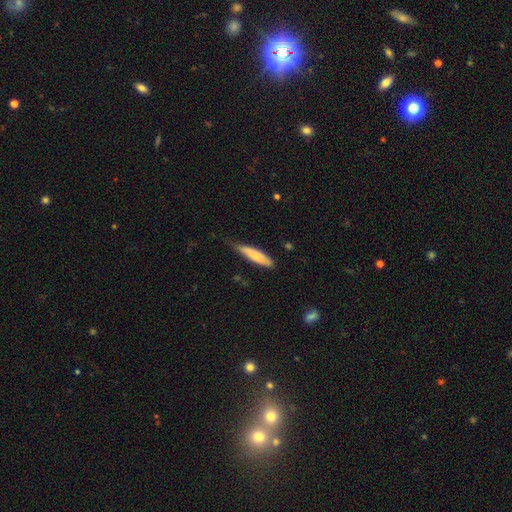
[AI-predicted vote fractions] The model was most divided on "merging": none: 59%, minor disturbance: 34%, major disturbance: 6%, merger: 2%. More confident: how rounded — cigar-shaped (73%); smooth or featured — smooth (68%).